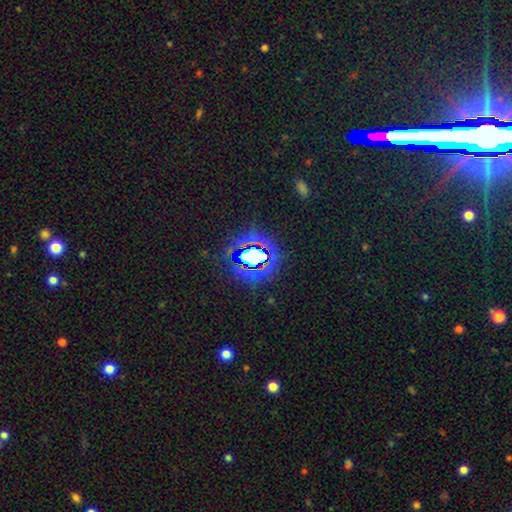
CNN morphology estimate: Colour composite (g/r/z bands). It shows a star or artifact, not a galaxy (72%).